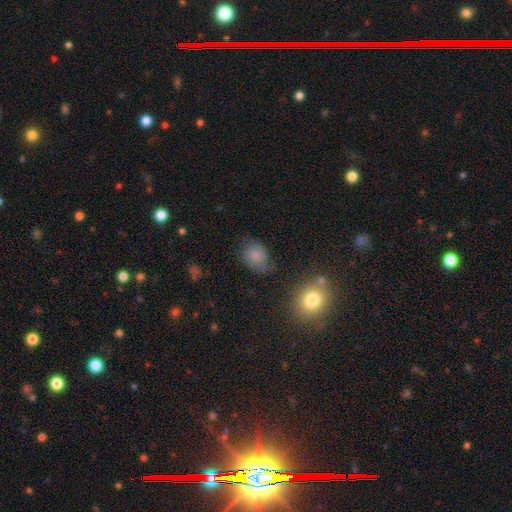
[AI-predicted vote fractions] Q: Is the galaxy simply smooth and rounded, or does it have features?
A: smooth — 64%.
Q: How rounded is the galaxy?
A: in between — 59%.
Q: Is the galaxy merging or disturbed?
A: none — 57%.